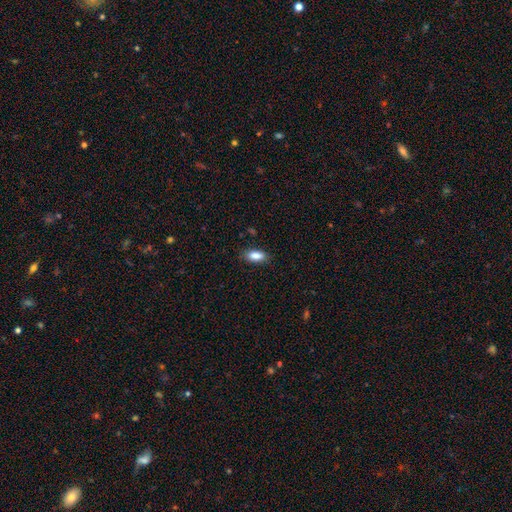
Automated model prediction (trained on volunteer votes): Morphology: type=smooth (87%); roundness=in between (85%); merging=none (84%).